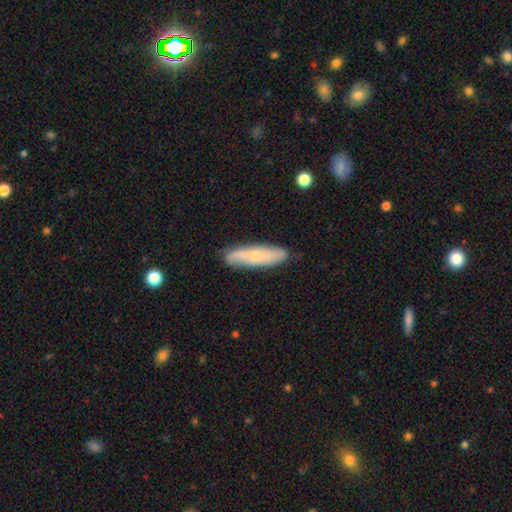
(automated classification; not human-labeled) smooth-or-featured: smooth: 49% | featured or disk: 44% | star or artifact: 7%
  merging: none: 83% | minor disturbance: 13% | major disturbance: 2% | merger: 1%